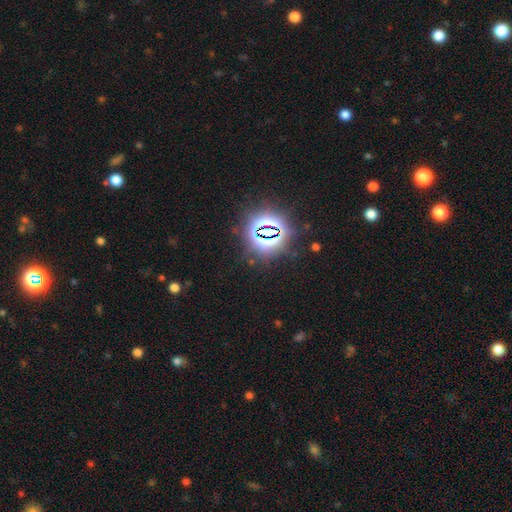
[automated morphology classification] Smooth or featured? star or artifact (84%)